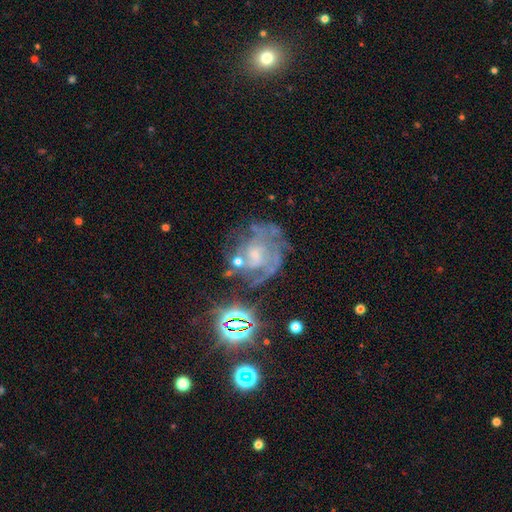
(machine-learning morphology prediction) Overall: featured or disk (73%). Edge-on disk: no (98%). Bar: no (60%; weak 33%). Spiral arms: yes (83%). Spiral arm count: can't tell (42%; 3 19%). Spiral winding: tight (48%; medium 38%). Bulge size: small (52%; moderate 23%). Merging: none (48%; major disturbance 23%).